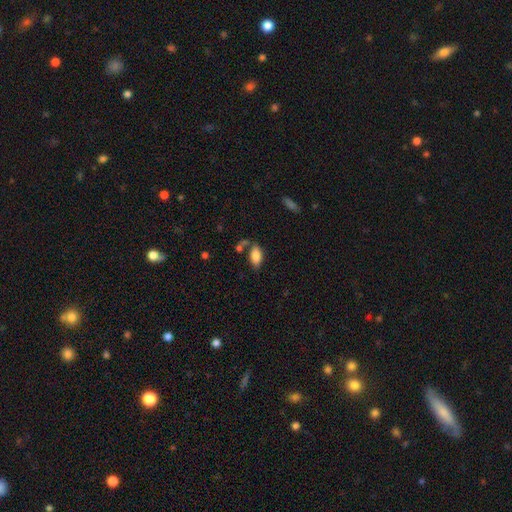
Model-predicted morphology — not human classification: Smooth or featured? smooth (84%)
How rounded? in between (92%)
Merging? none (62%)